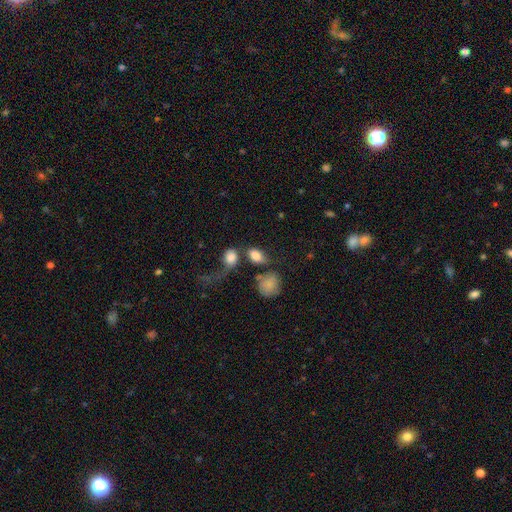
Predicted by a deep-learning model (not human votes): This appears to be a smooth galaxy with no disk features (81%) that is in between round and cigar-shaped (80%). Merging: none (40%).